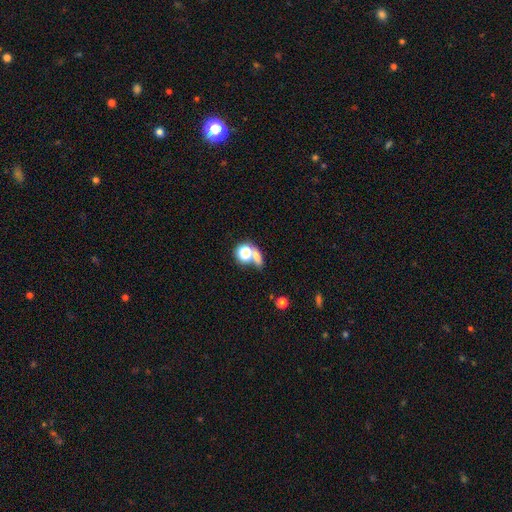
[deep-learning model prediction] The model was most divided on "merging": none: 43%, merger: 39%, minor disturbance: 10%, major disturbance: 8%. More confident: smooth or featured — smooth (64%); how rounded — round (52%).